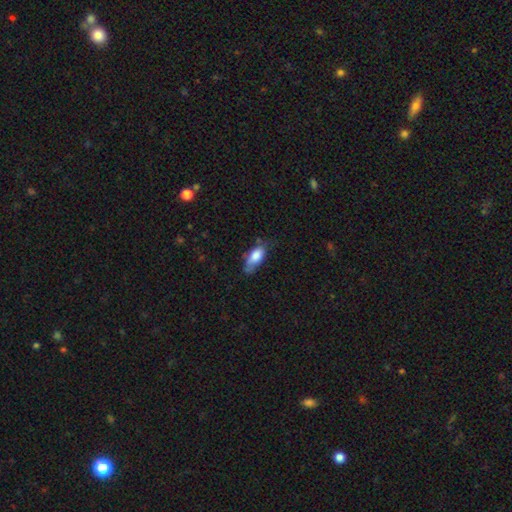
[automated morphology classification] smooth_or_featured: smooth (p=0.78) [alt: featured or disk p=0.15]
how_rounded: in between (p=0.85) [alt: cigar-shaped p=0.12]
merging: none (p=0.45) [alt: minor disturbance p=0.37]